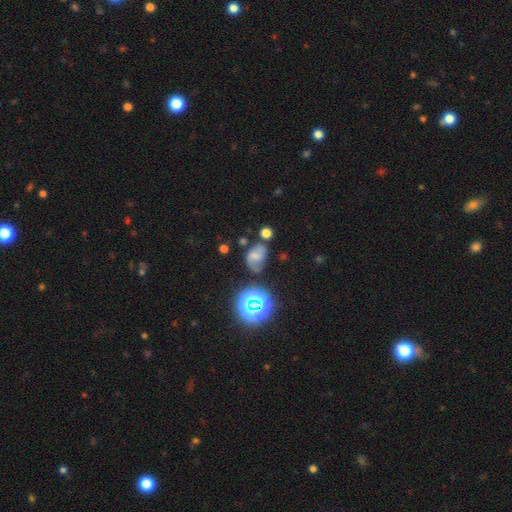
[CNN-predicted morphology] Smooth or featured: smooth — 41% (featured or disk — 39%)
Merging: none — 50% (minor disturbance — 27%)